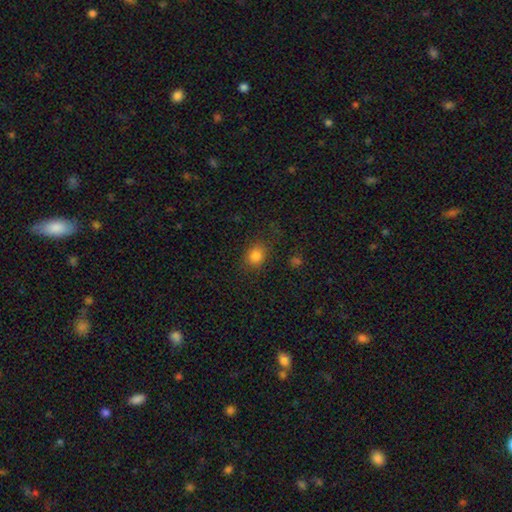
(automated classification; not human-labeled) The model was most divided on "how rounded": round: 53%, in between: 45%, cigar-shaped: 1%. More confident: smooth or featured — smooth (83%); merging — none (79%).